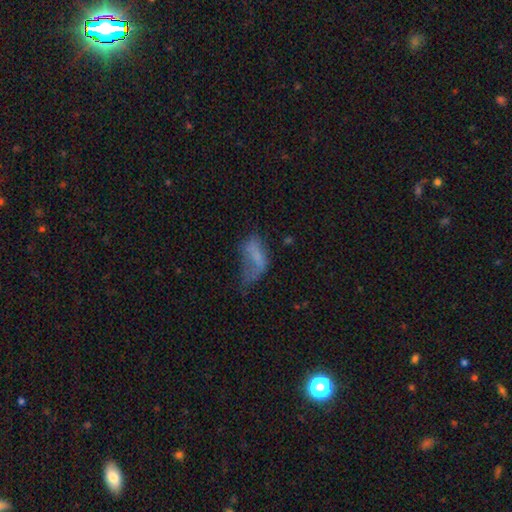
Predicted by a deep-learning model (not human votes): Overall: smooth (58%; featured or disk 29%). How rounded: in between (87%). Merging: major disturbance (48%; minor disturbance 25%).